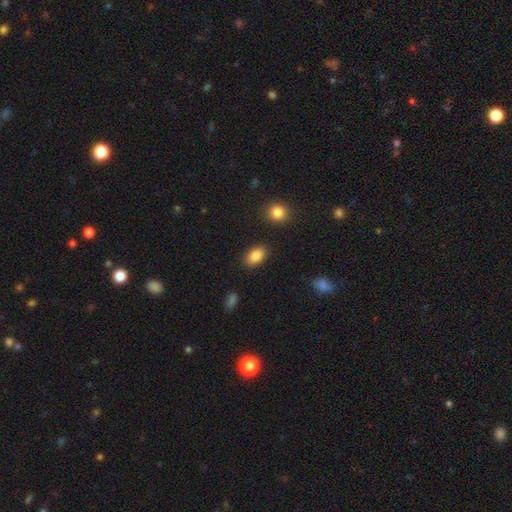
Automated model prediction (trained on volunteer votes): smooth_or_featured: smooth (p=0.86) [alt: star or artifact p=0.08]
how_rounded: in between (p=0.89) [alt: round p=0.09]
merging: none (p=0.86) [alt: minor disturbance p=0.09]